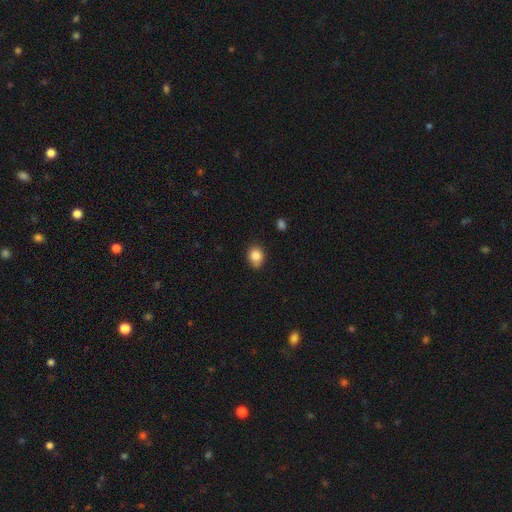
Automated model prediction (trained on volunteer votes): Smooth or featured: smooth — 85% (star or artifact — 9%)
How rounded: in between — 52% (round — 47%)
Merging: none — 78% (minor disturbance — 17%)